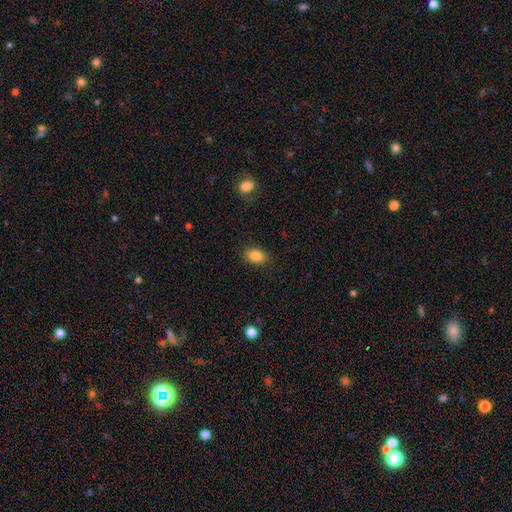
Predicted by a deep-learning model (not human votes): This appears to be a smooth galaxy with no disk features (86%) that is in between round and cigar-shaped (85%). Merging: none (86%).